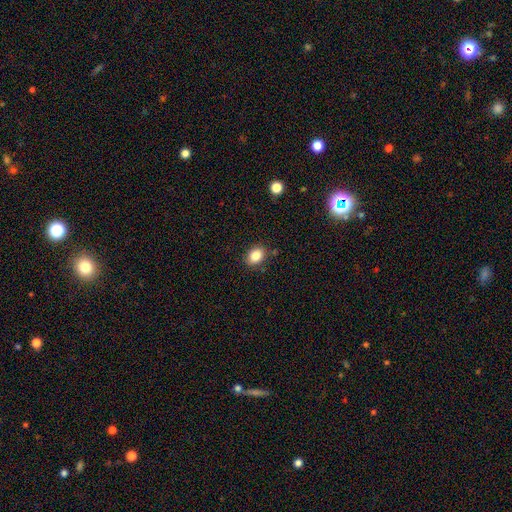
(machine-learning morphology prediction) Smooth or featured? smooth (84%)
How rounded? in between (69%)
Merging? none (85%)